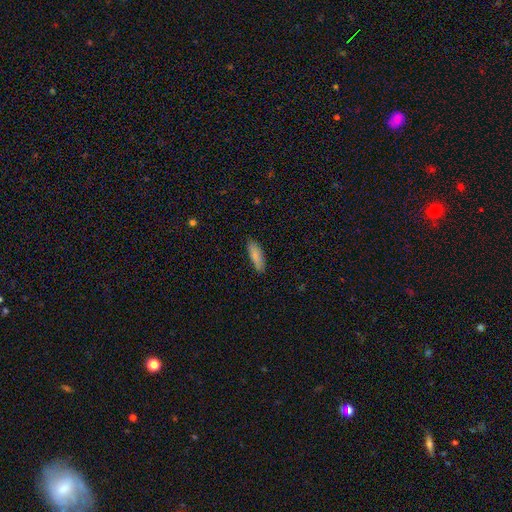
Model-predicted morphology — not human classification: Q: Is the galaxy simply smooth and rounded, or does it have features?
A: smooth — 84%.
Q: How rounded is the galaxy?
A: in between — 52%.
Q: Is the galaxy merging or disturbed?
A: none — 84%.